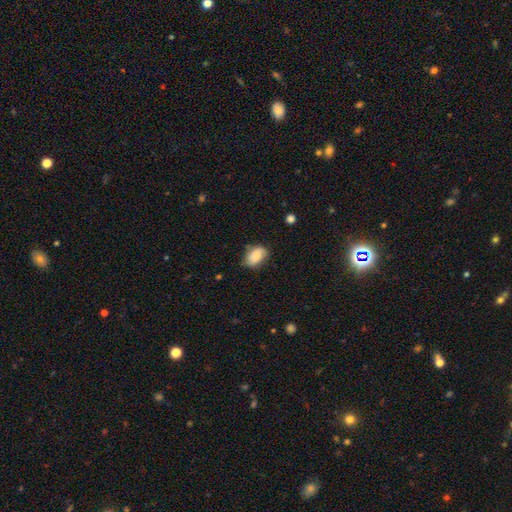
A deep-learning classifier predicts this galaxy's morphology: smooth_or_featured: smooth (p=0.79) [alt: featured or disk p=0.13]
how_rounded: in between (p=0.87) [alt: round p=0.12]
merging: none (p=0.63) [alt: minor disturbance p=0.29]